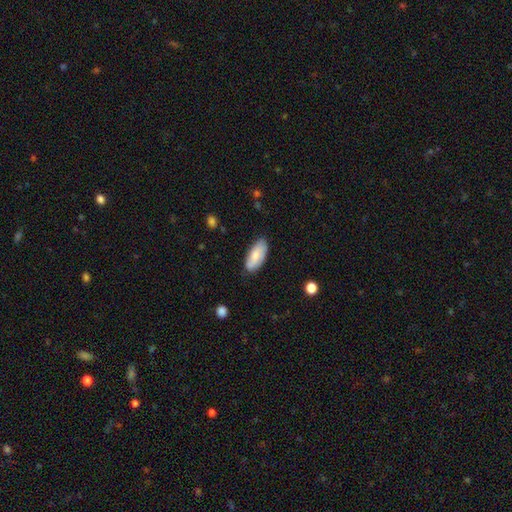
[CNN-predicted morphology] Q: Smooth or featured?
A: smooth (72%); runner-up: featured or disk (22%)
Q: How rounded?
A: in between (88%); runner-up: cigar-shaped (11%)
Q: Merging?
A: none (77%); runner-up: minor disturbance (19%)